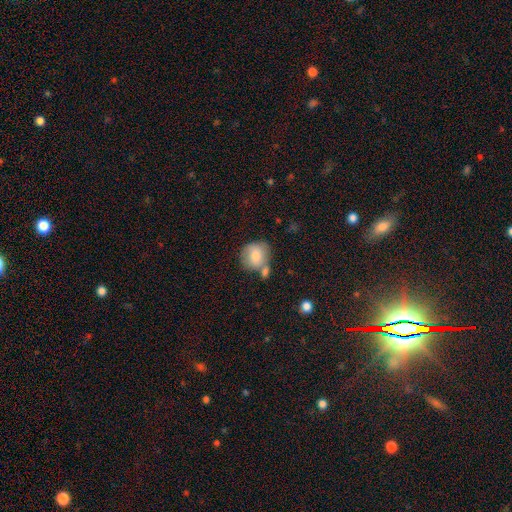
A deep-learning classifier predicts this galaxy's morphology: Smooth or featured: smooth — 76% (featured or disk — 16%)
How rounded: round — 79% (in between — 20%)
Merging: none — 48% (merger — 28%)